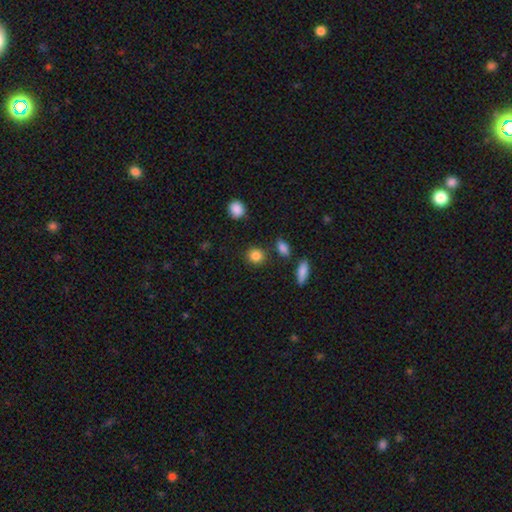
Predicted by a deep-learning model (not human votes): Smooth or featured: smooth — 86% (star or artifact — 10%)
How rounded: round — 83% (in between — 16%)
Merging: none — 85% (minor disturbance — 8%)